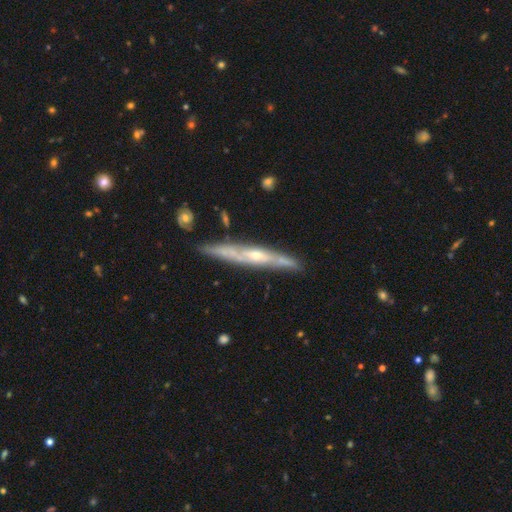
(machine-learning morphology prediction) Smooth or featured? Predicted: featured or disk (p=0.77). Edge-on disk? Predicted: yes (p=0.90). Edge-on bulge? Predicted: rounded (p=0.70). Merging? Predicted: none (p=0.82).